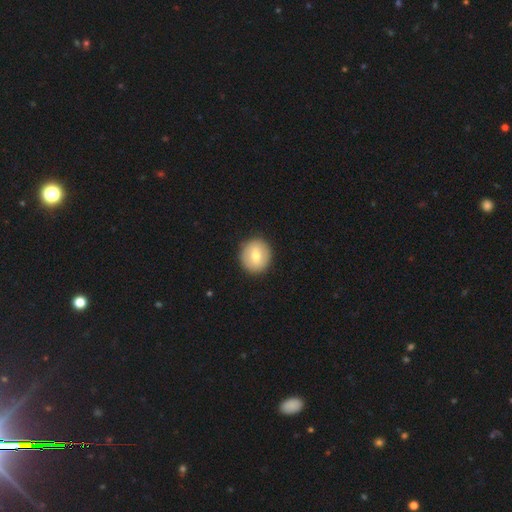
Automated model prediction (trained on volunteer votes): smooth_or_featured: smooth (p=0.68) [alt: featured or disk p=0.25]
how_rounded: round (p=0.90) [alt: in between p=0.09]
merging: none (p=0.91) [alt: minor disturbance p=0.06]